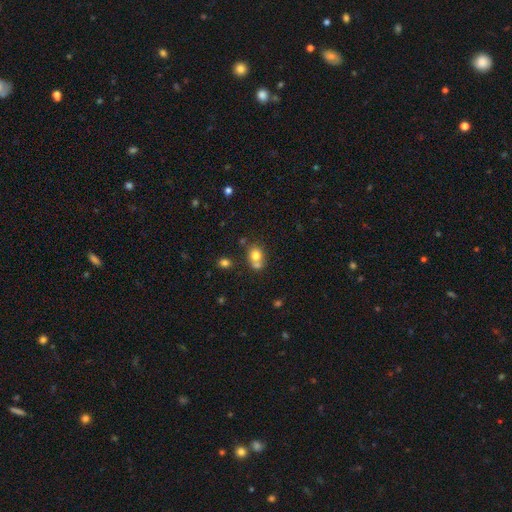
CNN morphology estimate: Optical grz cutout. It shows a smooth galaxy with no disk features (75%) that is round (65%). Merging: merger (44%).